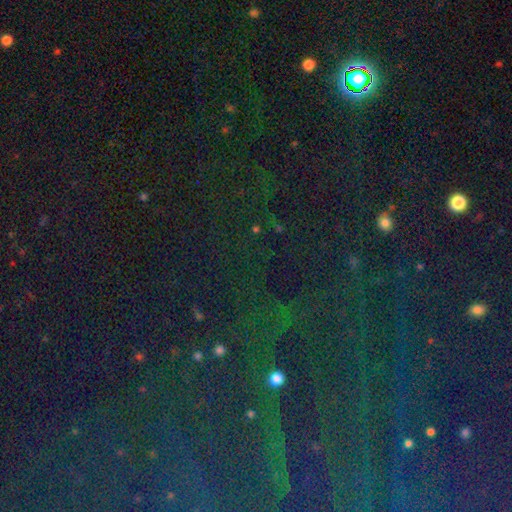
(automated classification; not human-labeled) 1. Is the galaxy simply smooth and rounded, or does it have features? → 83% star or artifact, 10% smooth, 7% featured or disk.